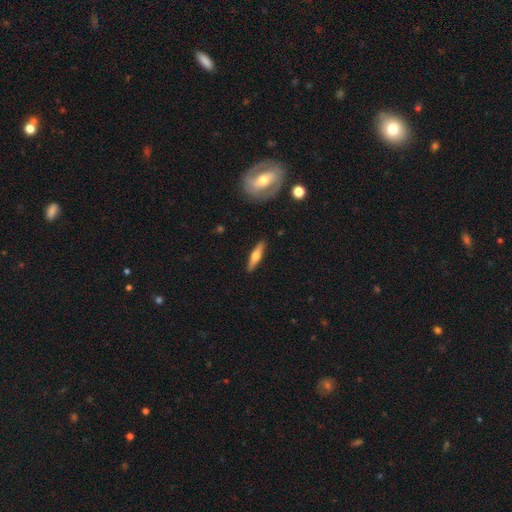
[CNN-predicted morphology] Smooth or featured: featured or disk — 56% (smooth — 38%)
Edge-on disk: yes — 94% (no — 6%)
Edge-on bulge: rounded — 93% (boxy — 4%)
Merging: none — 90% (minor disturbance — 7%)